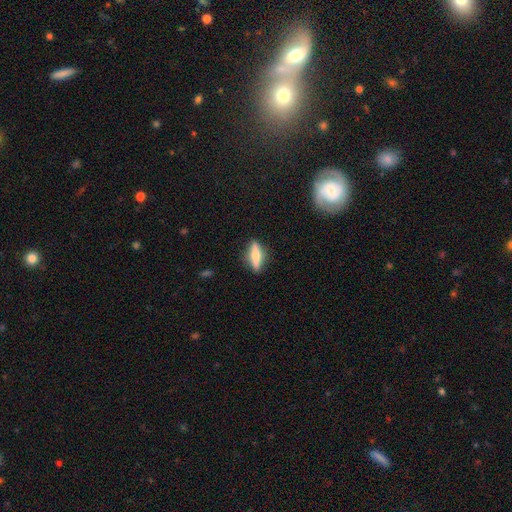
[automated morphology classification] Smooth or featured?
  - smooth: 56% *
  - featured or disk: 37%
  - star or artifact: 7%
How rounded?
  - cigar-shaped: 65% *
  - in between: 32%
  - round: 3%
Merging?
  - none: 86% *
  - minor disturbance: 10%
  - major disturbance: 3%
  - merger: 1%